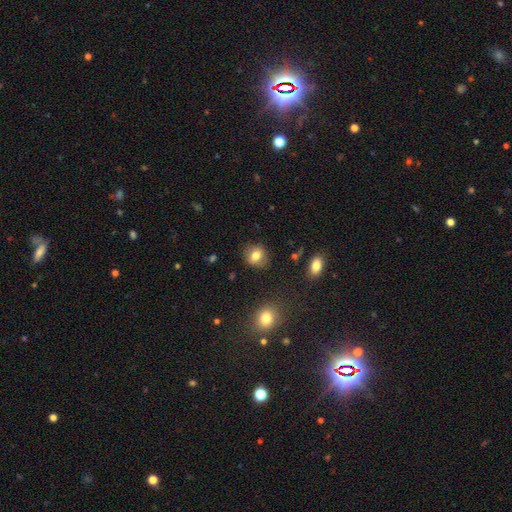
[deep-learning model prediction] The model was most divided on "how rounded": round: 65%, in between: 34%, cigar-shaped: 1%. More confident: merging — none (84%); smooth or featured — smooth (76%).